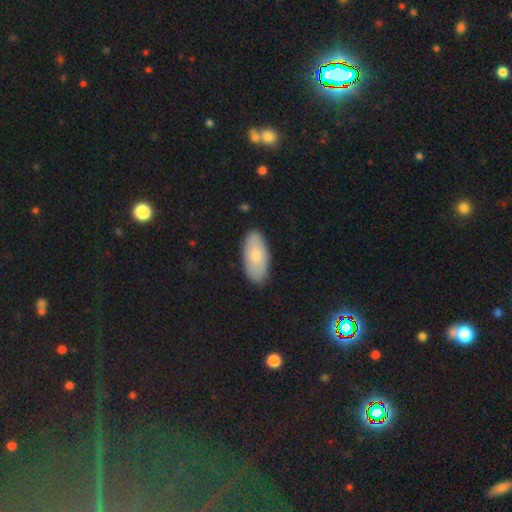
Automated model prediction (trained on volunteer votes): The model was most divided on "smooth or featured": smooth: 77%, featured or disk: 17%, star or artifact: 6%. More confident: how rounded — in between (94%); merging — none (87%).